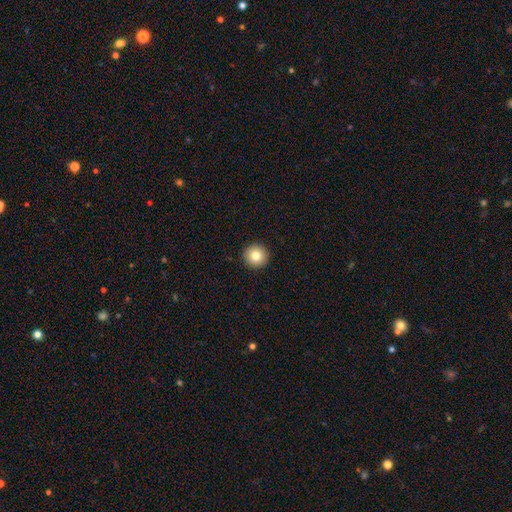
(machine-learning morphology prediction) This is clearly a smooth galaxy (82%). How rounded: clearly round (95%). Merging: clearly none (94%).